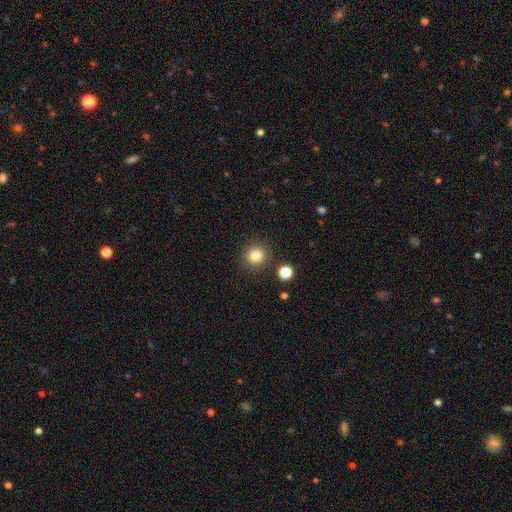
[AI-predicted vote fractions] smooth_or_featured: smooth (p=0.82) [alt: star or artifact p=0.12]
how_rounded: round (p=0.91) [alt: in between p=0.08]
merging: none (p=0.88) [alt: minor disturbance p=0.07]